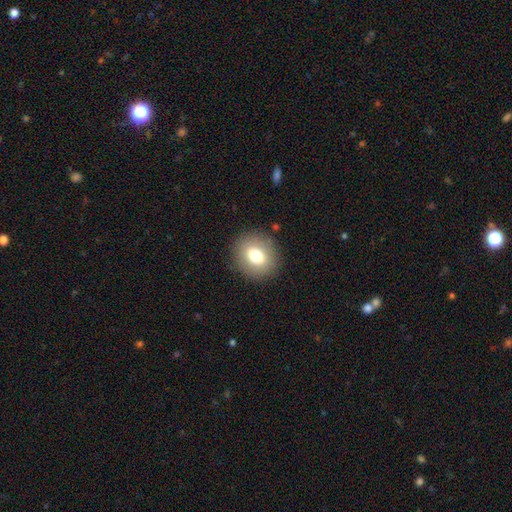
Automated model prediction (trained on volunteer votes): Q: Smooth or featured?
A: smooth (74%); runner-up: featured or disk (16%)
Q: How rounded?
A: round (74%); runner-up: in between (25%)
Q: Merging?
A: none (88%); runner-up: minor disturbance (8%)